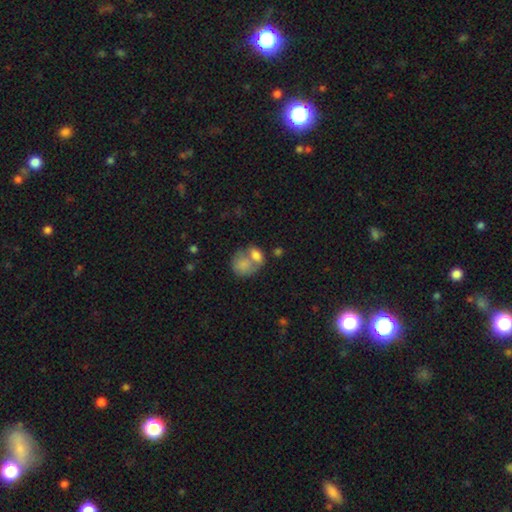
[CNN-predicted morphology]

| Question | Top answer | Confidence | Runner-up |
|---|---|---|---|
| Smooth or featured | smooth | 79% | featured or disk (14%) |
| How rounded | in between | 65% | round (33%) |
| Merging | merger | 60% | none (25%) |